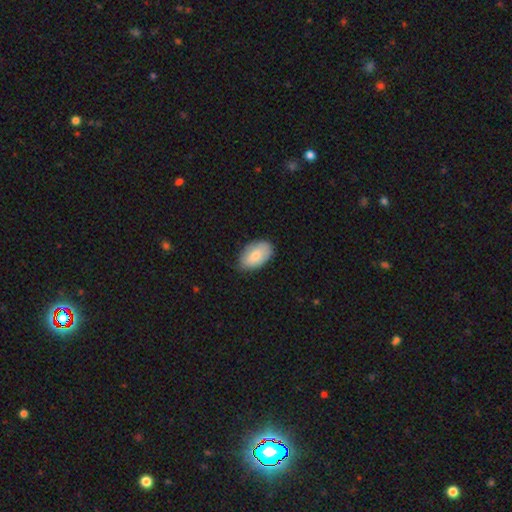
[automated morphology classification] This appears to be a smooth galaxy with no disk features (79%) that is in between round and cigar-shaped (94%). Merging: none (78%).